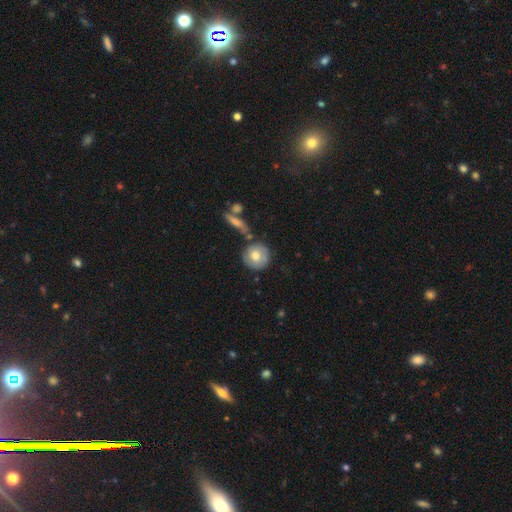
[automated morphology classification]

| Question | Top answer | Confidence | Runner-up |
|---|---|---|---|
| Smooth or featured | smooth | 66% | featured or disk (27%) |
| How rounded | round | 90% | in between (9%) |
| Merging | none | 68% | minor disturbance (16%) |